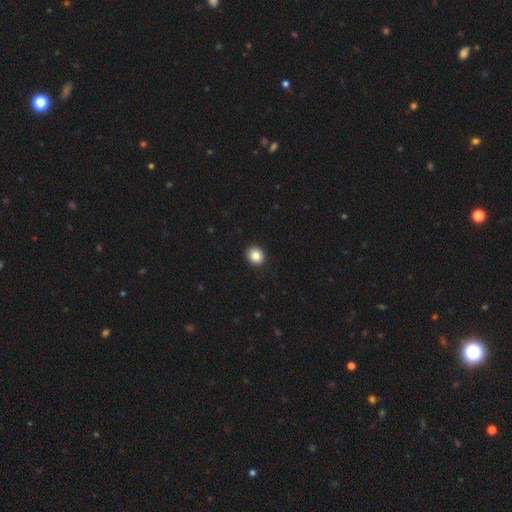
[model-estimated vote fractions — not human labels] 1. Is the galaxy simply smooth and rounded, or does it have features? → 86% smooth, 9% star or artifact, 5% featured or disk.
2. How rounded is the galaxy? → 72% round, 27% in between, 1% cigar-shaped.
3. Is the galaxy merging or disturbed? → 92% none, 6% minor disturbance, 2% major disturbance, 1% merger.